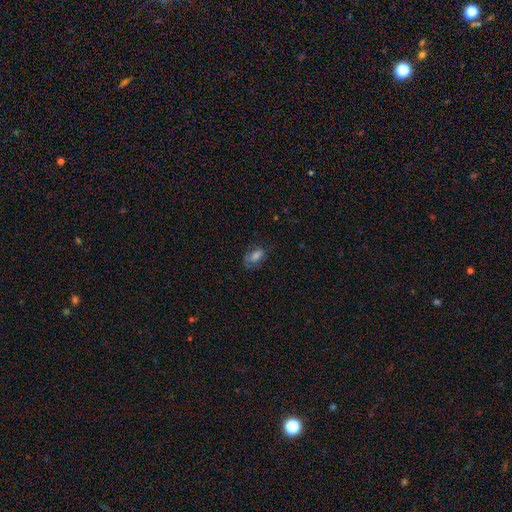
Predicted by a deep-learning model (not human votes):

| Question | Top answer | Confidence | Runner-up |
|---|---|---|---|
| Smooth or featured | smooth | 62% | featured or disk (20%) |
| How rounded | in between | 85% | round (11%) |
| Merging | none | 61% | minor disturbance (23%) |